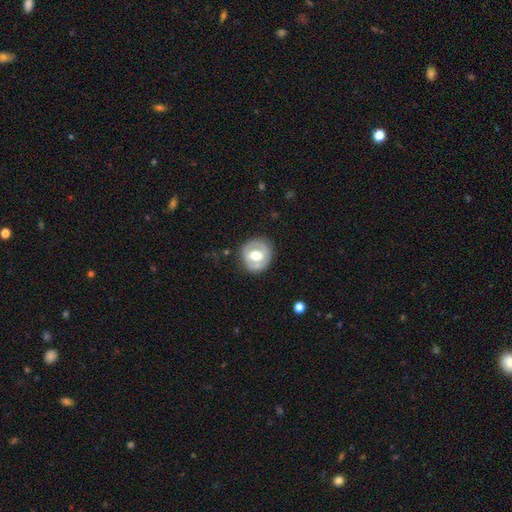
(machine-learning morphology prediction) smooth_or_featured: featured or disk (p=0.56) [alt: smooth p=0.38]
disk_edge_on: no (p=0.95) [alt: yes p=0.05]
bar: no (p=0.48) [alt: weak p=0.35]
has_spiral_arms: no (p=0.70) [alt: yes p=0.30]
bulge_size: moderate (p=0.59) [alt: large p=0.33]
merging: none (p=0.80) [alt: minor disturbance p=0.14]